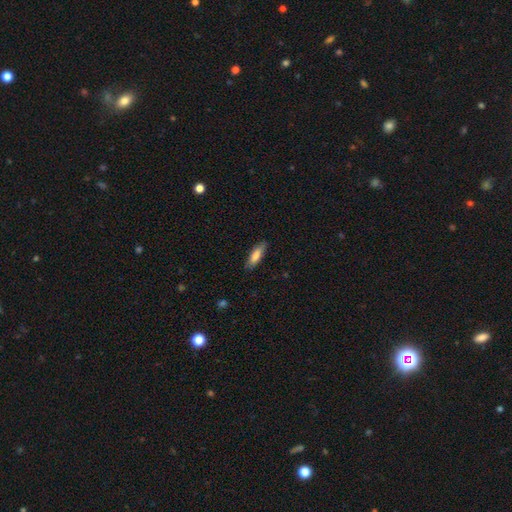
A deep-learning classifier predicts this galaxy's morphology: Smooth or featured?
  - smooth: 78% *
  - featured or disk: 16%
  - star or artifact: 6%
How rounded?
  - cigar-shaped: 54% *
  - in between: 44%
  - round: 2%
Merging?
  - none: 83% *
  - minor disturbance: 13%
  - major disturbance: 2%
  - merger: 1%